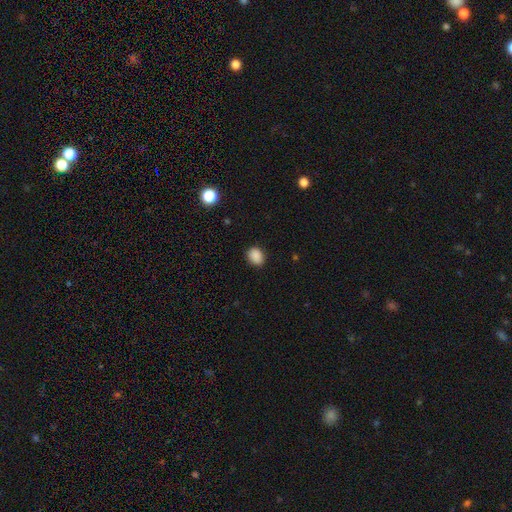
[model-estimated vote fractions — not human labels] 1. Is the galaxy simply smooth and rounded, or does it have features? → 88% smooth, 9% star or artifact, 3% featured or disk.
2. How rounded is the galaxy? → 56% in between, 43% round, 1% cigar-shaped.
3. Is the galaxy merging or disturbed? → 86% none, 10% minor disturbance, 2% major disturbance, 1% merger.